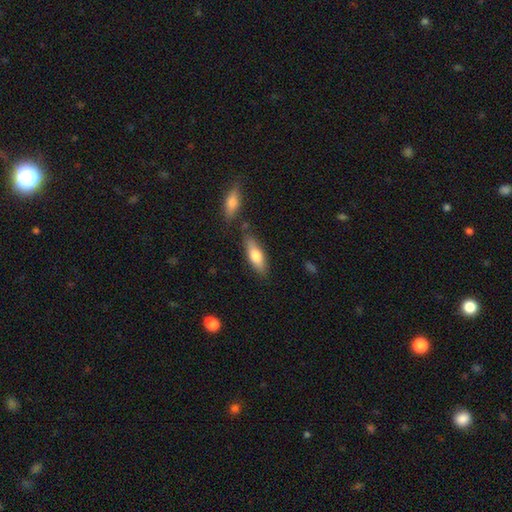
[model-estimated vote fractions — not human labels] A smooth galaxy with no disk features (71%) that is in between round and cigar-shaped (55%).

Vote fractions:
- Smooth or featured? smooth: 71% / featured or disk: 23% / star or artifact: 6%
- How rounded? in between: 55% / cigar-shaped: 43% / round: 2%
- Merging? none: 76% / minor disturbance: 14% / merger: 7% / major disturbance: 3%